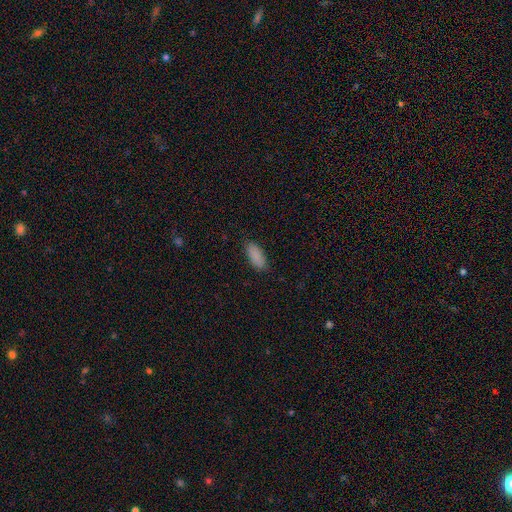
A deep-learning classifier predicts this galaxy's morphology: Q: Smooth or featured?
A: smooth (89%); runner-up: star or artifact (7%)
Q: How rounded?
A: in between (81%); runner-up: cigar-shaped (17%)
Q: Merging?
A: none (86%); runner-up: minor disturbance (11%)